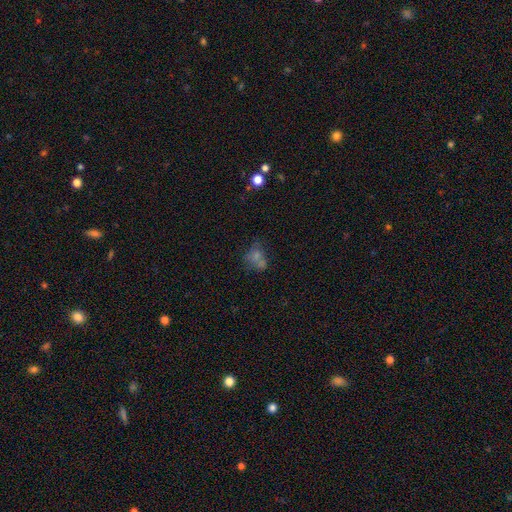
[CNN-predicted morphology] A smooth galaxy with no disk features (50%).

Vote fractions:
- Smooth or featured? smooth: 50% / star or artifact: 27% / featured or disk: 23%
- Merging? none: 39% / merger: 35% / minor disturbance: 14% / major disturbance: 11%